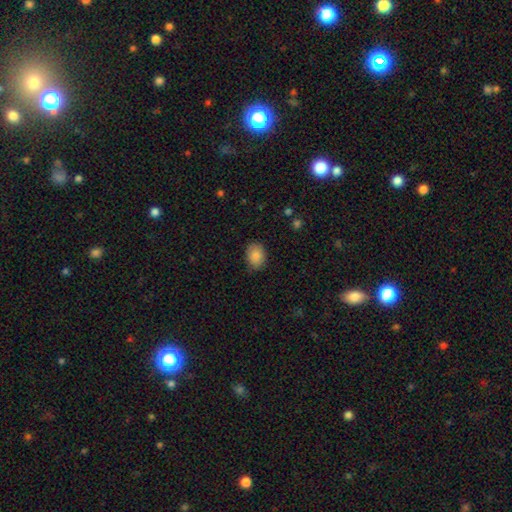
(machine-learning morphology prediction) Overall: smooth (87%). How rounded: in between (71%). Merging: none (84%).